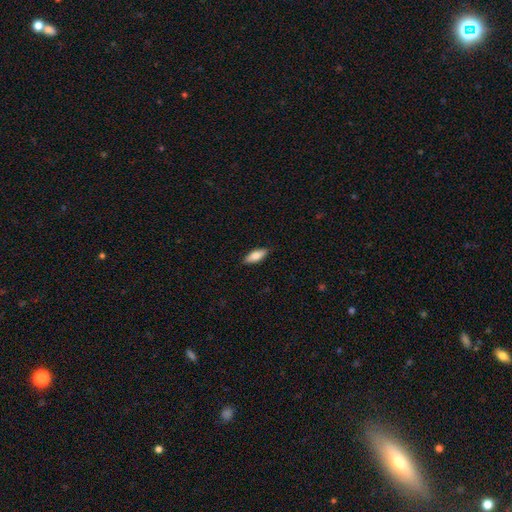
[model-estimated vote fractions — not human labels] Smooth or featured?
  - smooth: 80% *
  - featured or disk: 14%
  - star or artifact: 6%
How rounded?
  - in between: 70% *
  - cigar-shaped: 28%
  - round: 2%
Merging?
  - none: 86% *
  - minor disturbance: 11%
  - major disturbance: 2%
  - merger: 1%